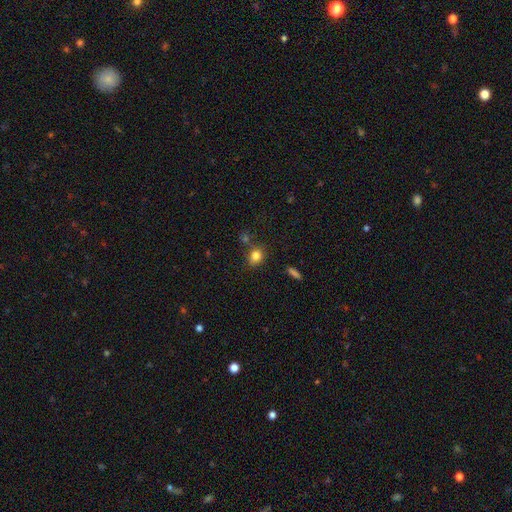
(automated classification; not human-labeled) smooth-or-featured: smooth: 82% | star or artifact: 11% | featured or disk: 7%
  how-rounded: round: 57% | in between: 41% | cigar-shaped: 1%
  merging: none: 71% | minor disturbance: 14% | merger: 11% | major disturbance: 4%